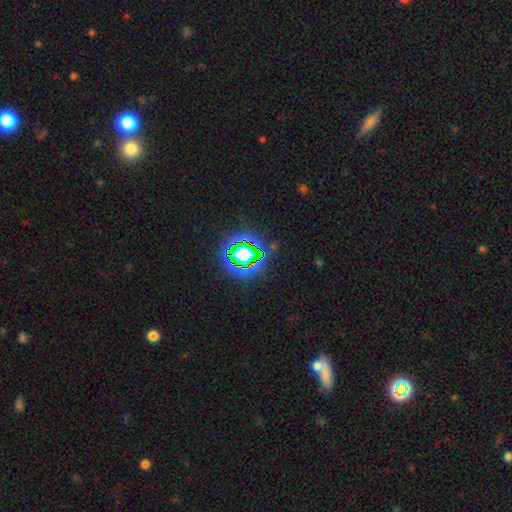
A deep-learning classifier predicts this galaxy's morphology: This is likely a star or artifact rather than a galaxy (71%).